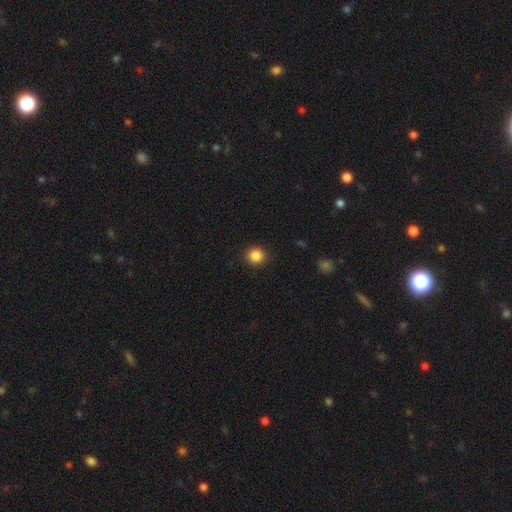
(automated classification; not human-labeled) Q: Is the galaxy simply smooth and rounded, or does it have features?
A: smooth — 86%.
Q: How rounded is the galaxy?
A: round — 90%.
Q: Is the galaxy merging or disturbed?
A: none — 91%.